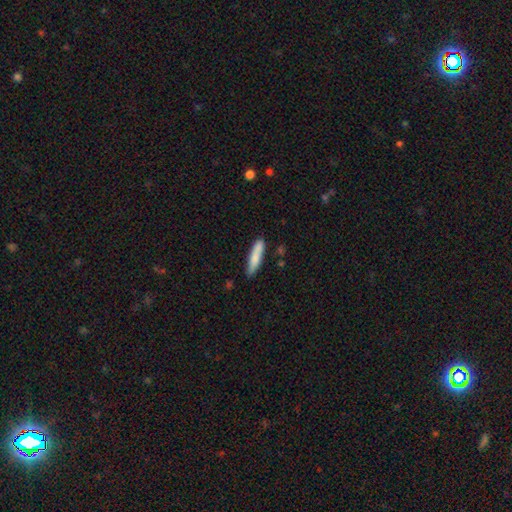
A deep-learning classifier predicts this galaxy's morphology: A smooth galaxy with no disk features (80%) that is cigar-shaped (81%). Merging: none (80%).